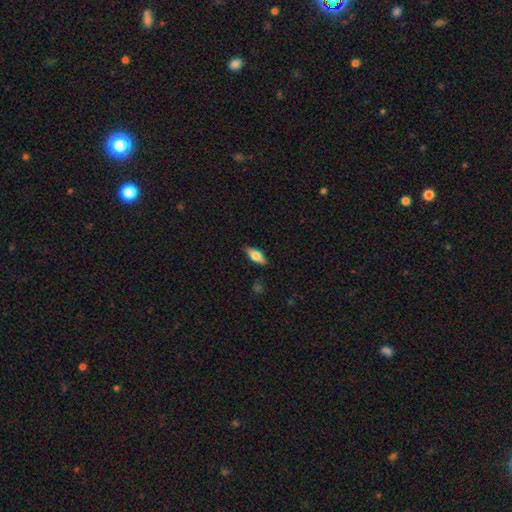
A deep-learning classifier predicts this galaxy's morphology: Smooth or featured? smooth (63%)
How rounded? in between (72%)
Merging? none (85%)